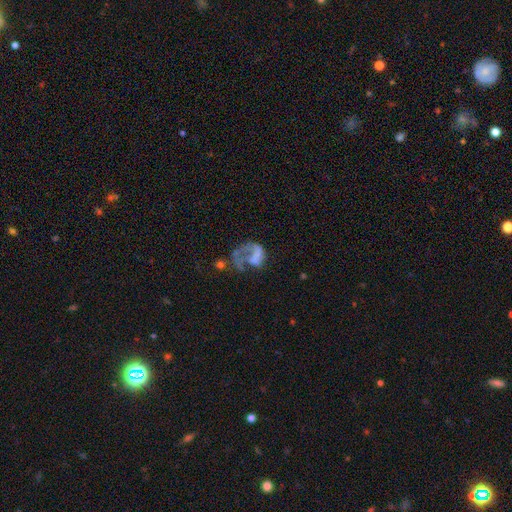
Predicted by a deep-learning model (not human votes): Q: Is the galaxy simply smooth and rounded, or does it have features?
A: featured or disk — 60%.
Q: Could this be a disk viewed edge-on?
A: no — 98%.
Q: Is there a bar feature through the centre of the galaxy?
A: no — 80%.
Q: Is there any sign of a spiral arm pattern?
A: no — 57%.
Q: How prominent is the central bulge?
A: none — 74%.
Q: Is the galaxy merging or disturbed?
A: major disturbance — 52%.